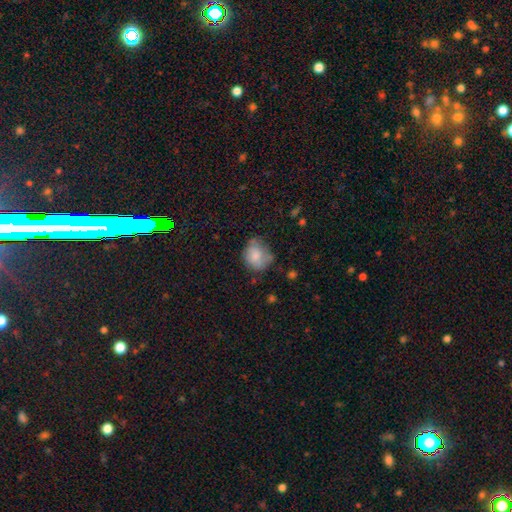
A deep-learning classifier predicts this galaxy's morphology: smooth 75%, featured or disk 17%, star or artifact 8%. Down the decision tree: how rounded — round (63%); merging — none (52%).